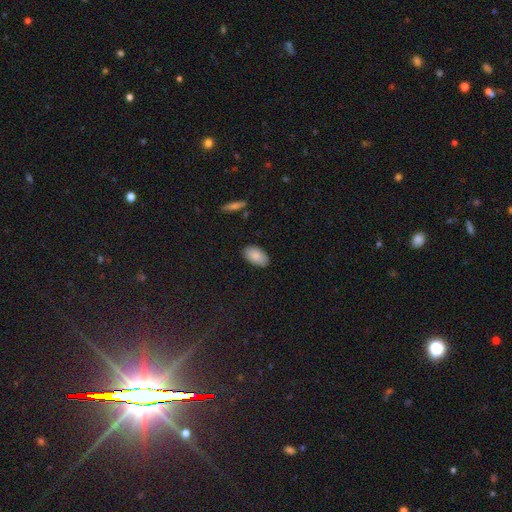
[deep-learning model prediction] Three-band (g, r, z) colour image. It shows a smooth galaxy with no disk features (86%) that is in between round and cigar-shaped (94%). Merging: none (84%).